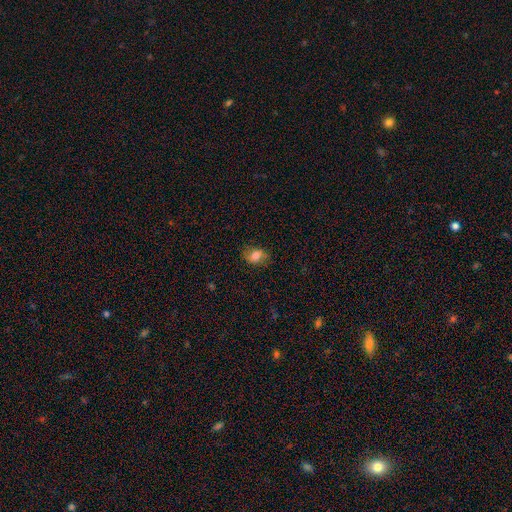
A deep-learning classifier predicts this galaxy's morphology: smooth 76%, featured or disk 14%, star or artifact 10%. Down the decision tree: how rounded — in between (63%); merging — none (78%).